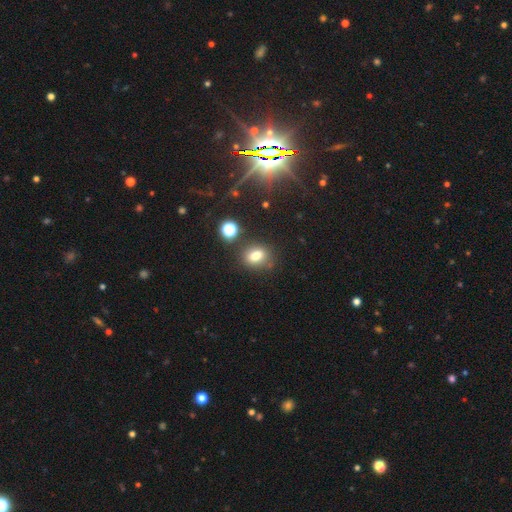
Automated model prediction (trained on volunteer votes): Q: Smooth or featured?
A: smooth (78%); runner-up: star or artifact (14%)
Q: How rounded?
A: in between (59%); runner-up: round (40%)
Q: Merging?
A: none (76%); runner-up: minor disturbance (13%)